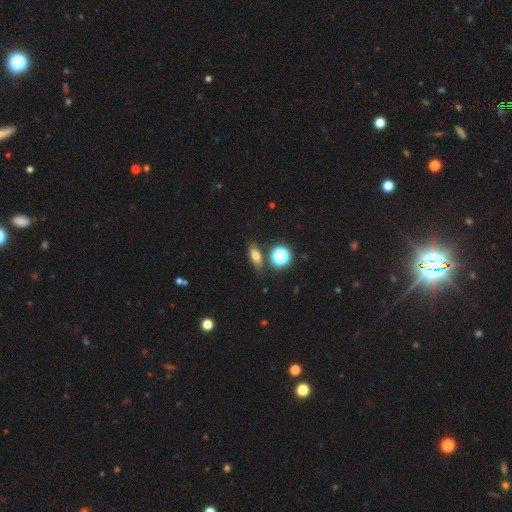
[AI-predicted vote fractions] A smooth galaxy with no disk features (67%) that is in between round and cigar-shaped (59%).

Vote fractions:
- Smooth or featured? smooth: 67% / star or artifact: 17% / featured or disk: 16%
- How rounded? in between: 59% / cigar-shaped: 23% / round: 18%
- Merging? none: 77% / minor disturbance: 13% / merger: 7% / major disturbance: 4%